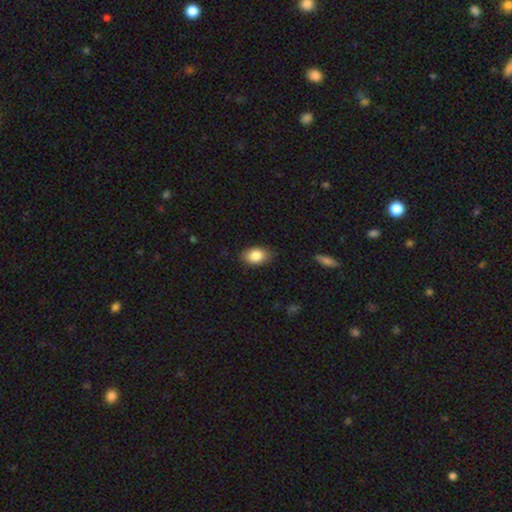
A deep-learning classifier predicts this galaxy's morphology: smooth 85%, featured or disk 8%, star or artifact 7%. Down the decision tree: how rounded — in between (85%); merging — none (83%).